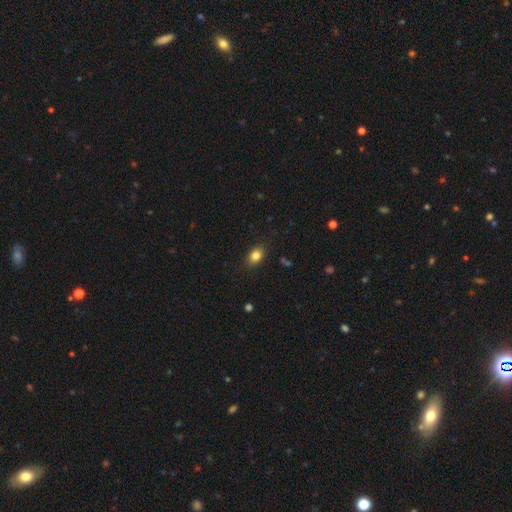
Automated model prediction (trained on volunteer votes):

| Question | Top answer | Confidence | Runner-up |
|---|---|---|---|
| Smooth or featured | smooth | 83% | star or artifact (10%) |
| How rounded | in between | 73% | round (26%) |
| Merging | none | 86% | minor disturbance (10%) |